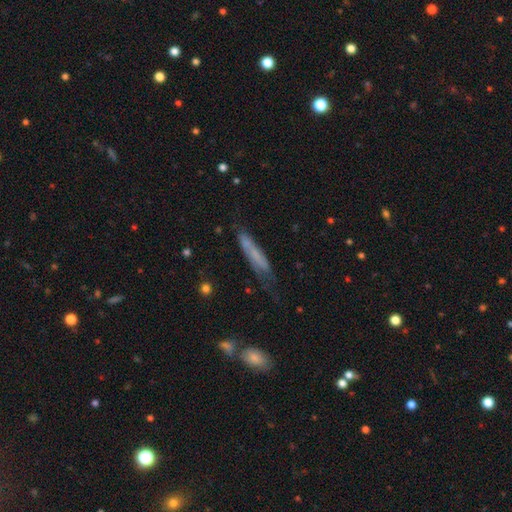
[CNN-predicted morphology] This appears to be a smooth galaxy with no disk features (55%) that is cigar-shaped (85%). Merging: none (48%).